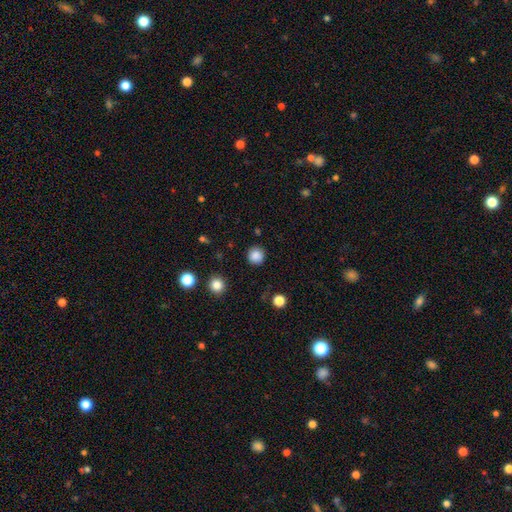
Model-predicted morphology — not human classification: Smooth or featured: smooth — 86% (star or artifact — 11%)
How rounded: round — 94% (in between — 5%)
Merging: none — 90% (minor disturbance — 6%)